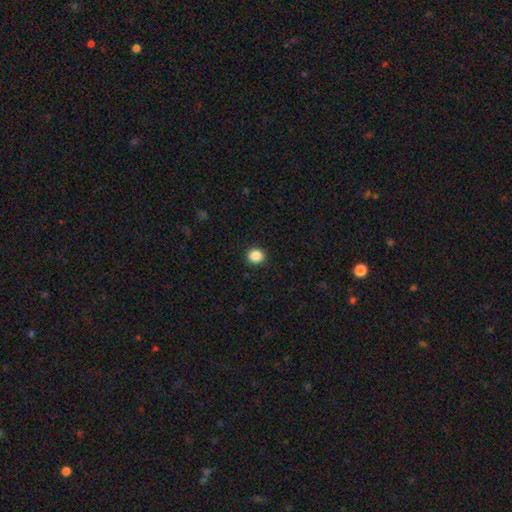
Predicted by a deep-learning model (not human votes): smooth-or-featured: smooth: 87% | star or artifact: 10% | featured or disk: 3%
  how-rounded: round: 87% | in between: 12% | cigar-shaped: 1%
  merging: none: 92% | minor disturbance: 6% | major disturbance: 2% | merger: 1%